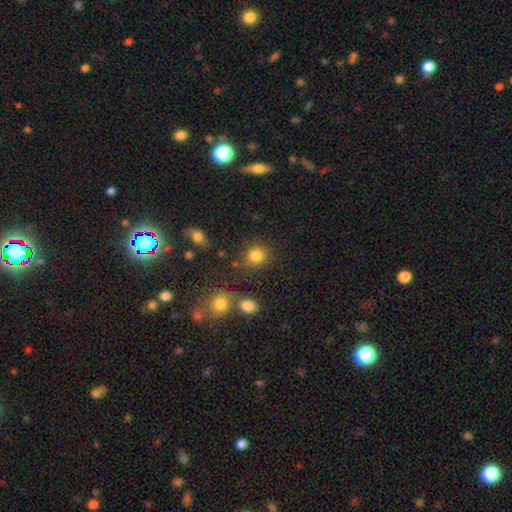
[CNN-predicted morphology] Overall: smooth (83%). How rounded: round (83%). Merging: none (75%).